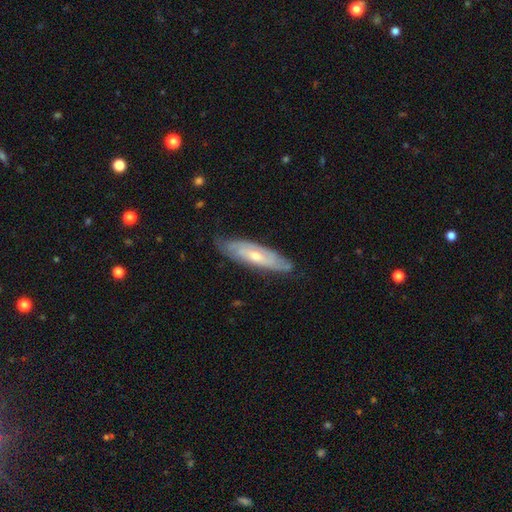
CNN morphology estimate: Smooth or featured: featured or disk — 65% (smooth — 29%)
Edge-on disk: no — 62% (yes — 38%)
Merging: none — 79% (minor disturbance — 17%)